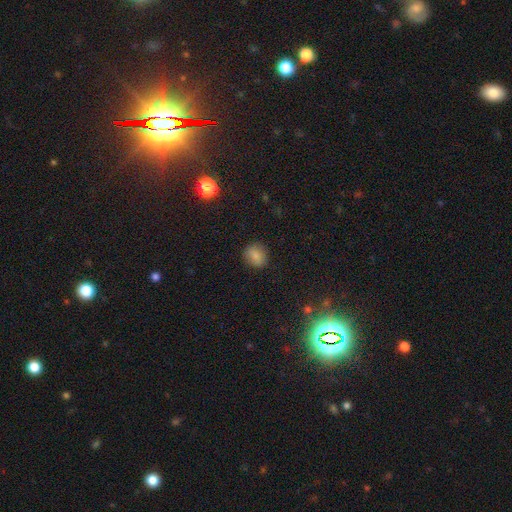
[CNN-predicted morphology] A smooth galaxy with no disk features (82%) that is round (74%). Merging: none (86%).